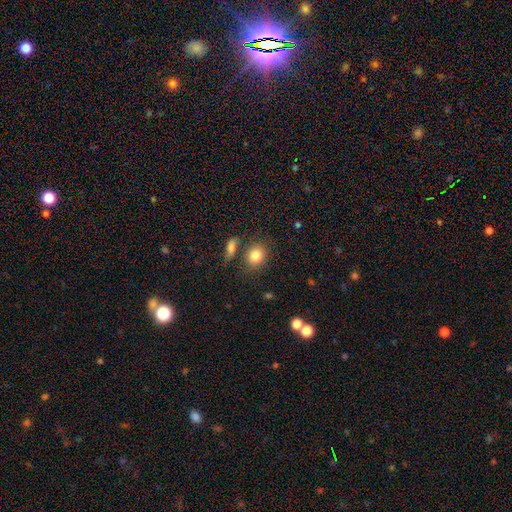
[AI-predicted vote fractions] Q: Smooth or featured?
A: smooth (84%); runner-up: star or artifact (9%)
Q: How rounded?
A: round (62%); runner-up: in between (37%)
Q: Merging?
A: none (71%); runner-up: minor disturbance (12%)